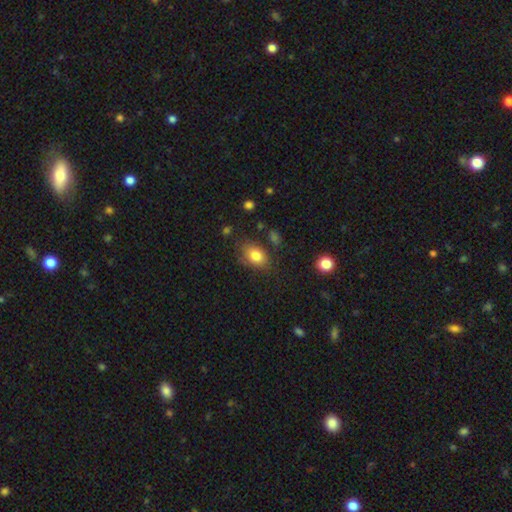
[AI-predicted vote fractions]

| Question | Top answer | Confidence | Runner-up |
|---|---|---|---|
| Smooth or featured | smooth | 81% | featured or disk (11%) |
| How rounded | in between | 82% | round (17%) |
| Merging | none | 72% | minor disturbance (19%) |